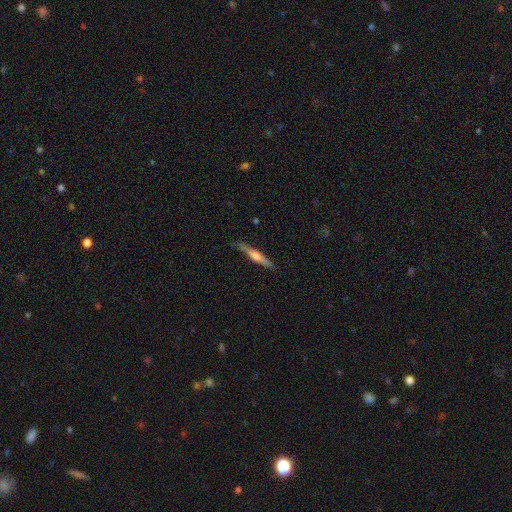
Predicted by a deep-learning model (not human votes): Smooth or featured: featured or disk — 61% (smooth — 33%)
Edge-on disk: yes — 97% (no — 3%)
Edge-on bulge: rounded — 70% (boxy — 18%)
Merging: none — 84% (minor disturbance — 13%)